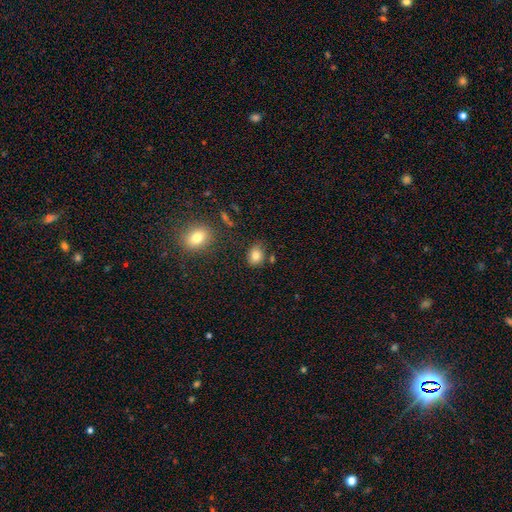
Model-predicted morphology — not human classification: This is clearly a smooth galaxy (80%). How rounded: possibly in between (60%). Merging: likely none (74%).